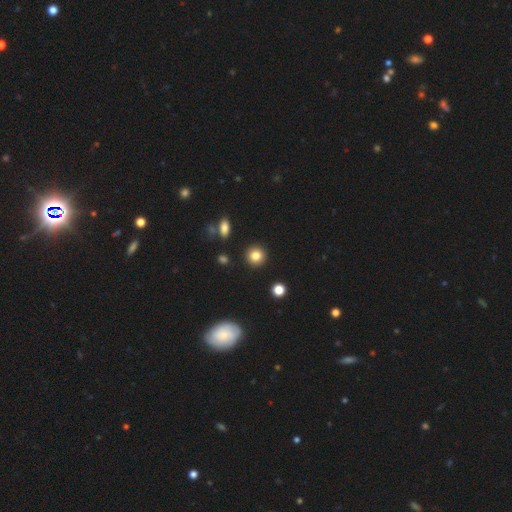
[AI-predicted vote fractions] This appears to be a smooth galaxy with no disk features (83%) that is round (93%). Merging: none (91%).